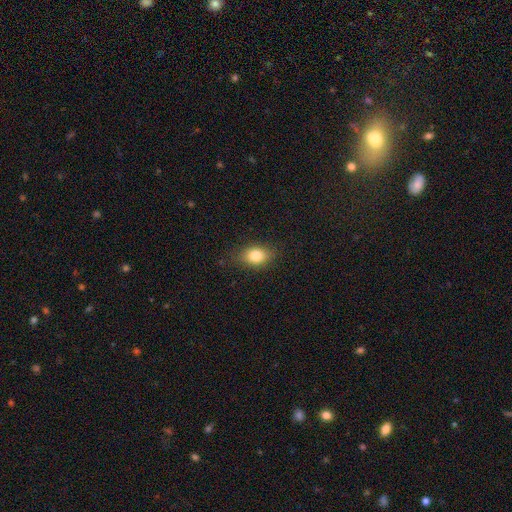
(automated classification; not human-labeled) Smooth or featured: smooth — 81% (star or artifact — 10%)
How rounded: in between — 70% (round — 28%)
Merging: none — 82% (minor disturbance — 14%)